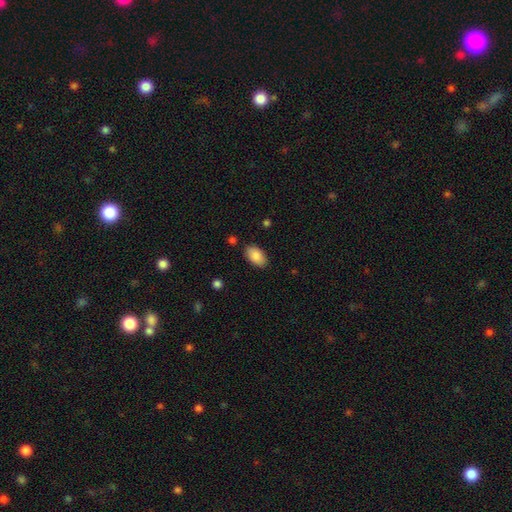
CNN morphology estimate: A smooth galaxy with no disk features (88%) that is in between round and cigar-shaped (94%). Merging: none (85%).